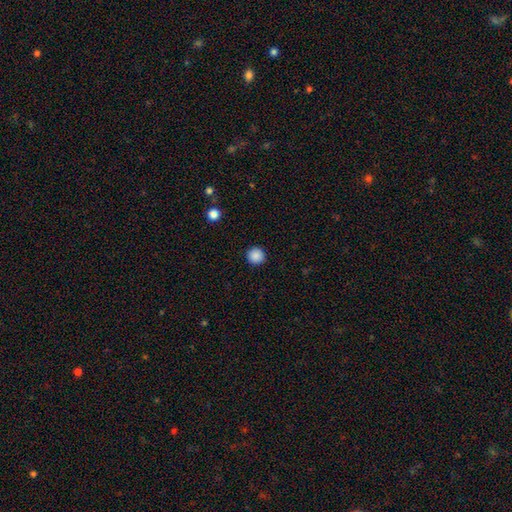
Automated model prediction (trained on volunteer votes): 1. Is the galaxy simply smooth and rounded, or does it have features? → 88% smooth, 9% star or artifact, 3% featured or disk.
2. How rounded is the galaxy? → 95% round, 4% in between, 1% cigar-shaped.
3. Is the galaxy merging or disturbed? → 93% none, 5% minor disturbance, 2% major disturbance, 1% merger.